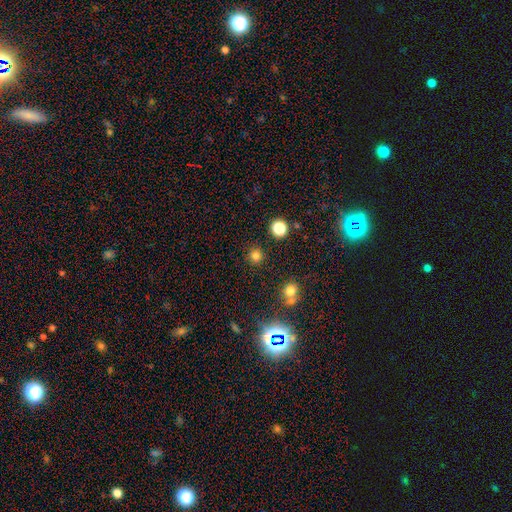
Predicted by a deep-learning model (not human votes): This is likely a smooth galaxy (78%). How rounded: clearly round (93%). Merging: clearly none (88%).